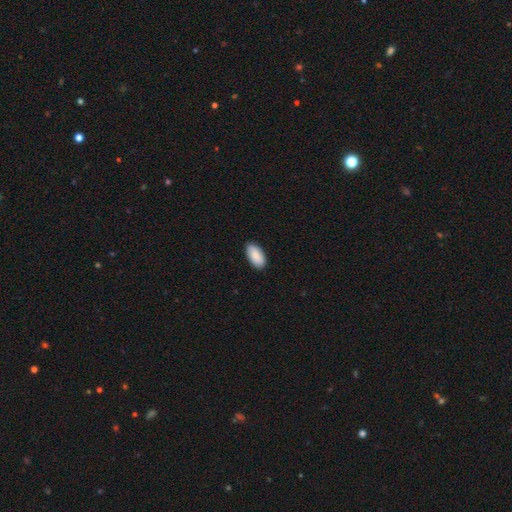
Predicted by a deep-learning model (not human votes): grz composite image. It shows a smooth galaxy with no disk features (91%) that is in between round and cigar-shaped (94%). Merging: none (89%).